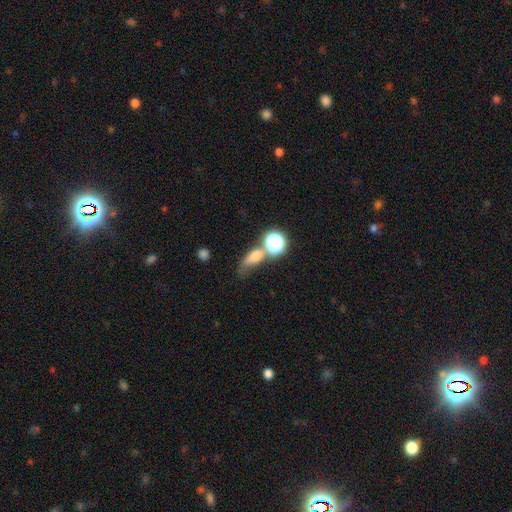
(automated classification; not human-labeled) Overall: smooth (64%). How rounded: in between (55%; round 34%). Merging: none (34%; merger 29%).